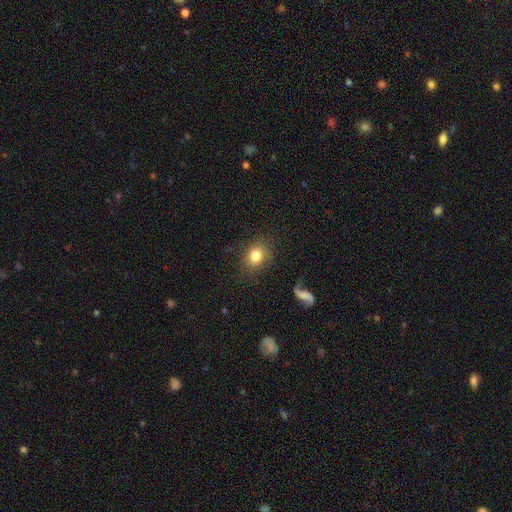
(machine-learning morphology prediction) smooth_or_featured: smooth (p=0.80) [alt: featured or disk p=0.10]
how_rounded: round (p=0.56) [alt: in between p=0.42]
merging: none (p=0.78) [alt: minor disturbance p=0.14]